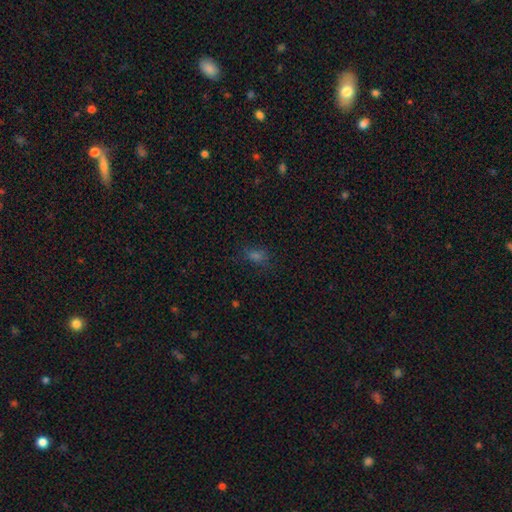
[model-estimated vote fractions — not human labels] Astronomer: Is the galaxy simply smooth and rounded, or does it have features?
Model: smooth — 56% (runner-up: star or artifact, 34%).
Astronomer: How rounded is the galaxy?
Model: in between — 71%.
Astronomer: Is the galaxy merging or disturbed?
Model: none — 72%.